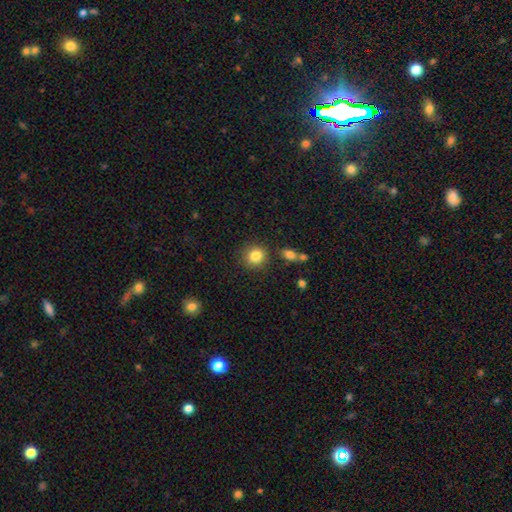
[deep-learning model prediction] Morphology: type=smooth (84%); roundness=round (85%); merging=none (85%).